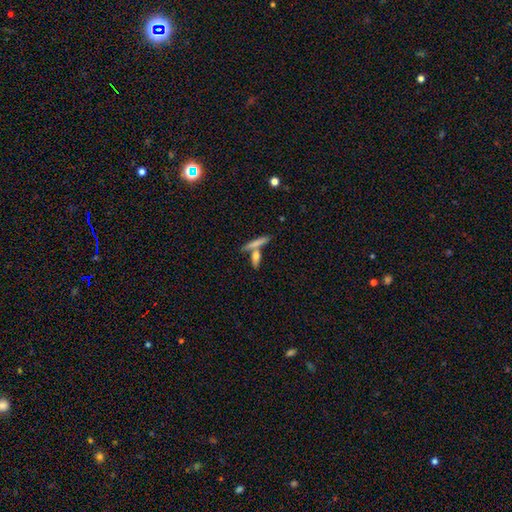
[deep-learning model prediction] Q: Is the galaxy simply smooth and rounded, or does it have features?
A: smooth — 68%.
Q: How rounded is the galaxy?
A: cigar-shaped — 68%.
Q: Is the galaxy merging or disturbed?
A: none — 53%.